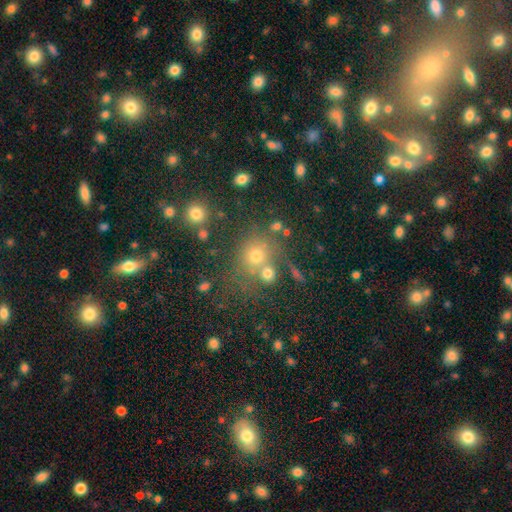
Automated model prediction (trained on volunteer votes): Overall: smooth (67%). How rounded: round (81%). Merging: none (55%; merger 27%).